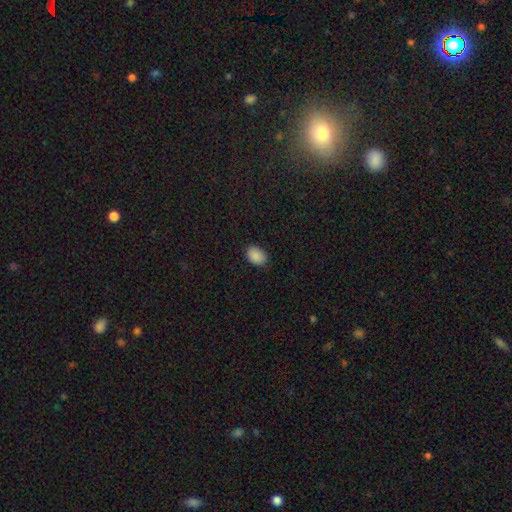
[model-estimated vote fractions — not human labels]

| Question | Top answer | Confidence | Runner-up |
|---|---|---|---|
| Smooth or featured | smooth | 89% | star or artifact (8%) |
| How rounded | in between | 81% | round (18%) |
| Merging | none | 86% | minor disturbance (11%) |